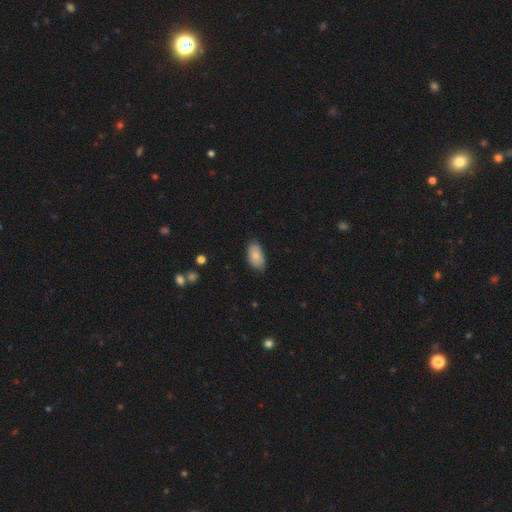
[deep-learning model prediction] This is likely a smooth galaxy (78%). How rounded: clearly in between (93%). Merging: likely none (76%).